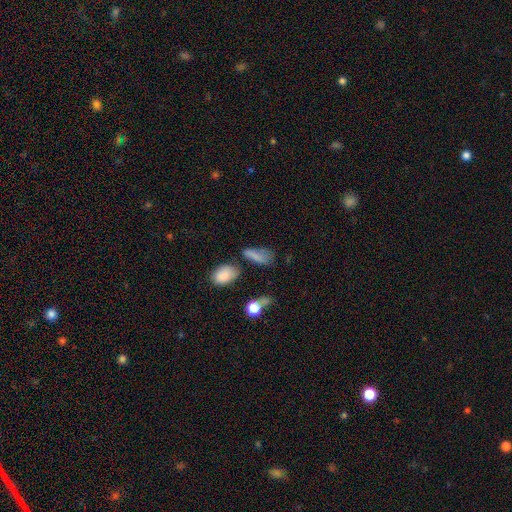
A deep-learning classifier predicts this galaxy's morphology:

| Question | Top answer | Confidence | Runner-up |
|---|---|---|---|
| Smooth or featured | smooth | 75% | featured or disk (13%) |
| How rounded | in between | 73% | cigar-shaped (19%) |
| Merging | none | 42% | minor disturbance (25%) |